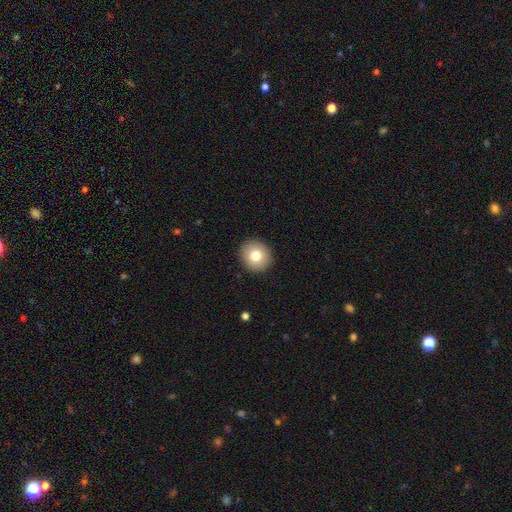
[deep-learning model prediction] Morphology: type=smooth (79%); roundness=round (89%); merging=none (92%).